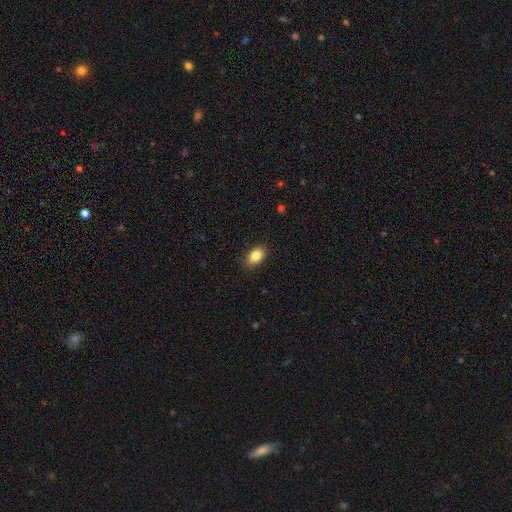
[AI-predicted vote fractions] Q: Smooth or featured?
A: smooth (84%); runner-up: star or artifact (9%)
Q: How rounded?
A: in between (85%); runner-up: round (13%)
Q: Merging?
A: none (86%); runner-up: minor disturbance (11%)